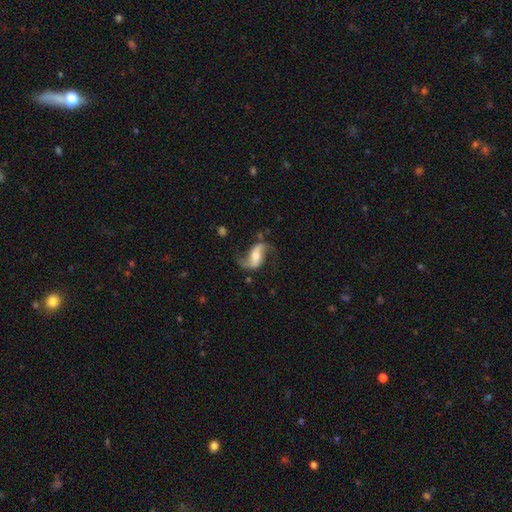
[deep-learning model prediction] Overall: featured or disk (85%). Edge-on disk: no (96%). Bar: weak (36%; strong 33%). Spiral arms: yes (96%). Spiral arm count: 2 (92%). Spiral winding: loose (77%). Bulge size: moderate (52%; small 29%). Merging: none (73%).